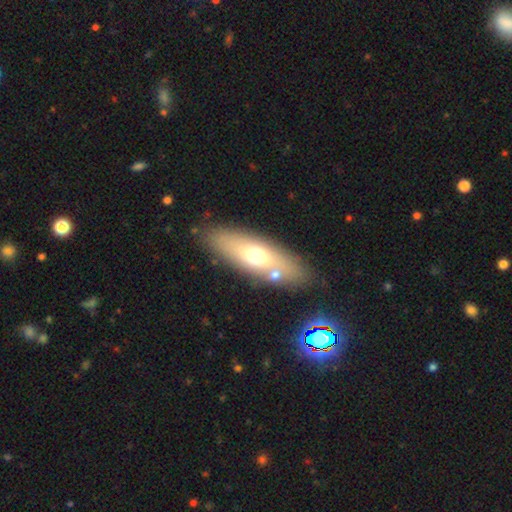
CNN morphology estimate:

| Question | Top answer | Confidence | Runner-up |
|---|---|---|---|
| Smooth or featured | smooth | 60% | featured or disk (32%) |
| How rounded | in between | 63% | cigar-shaped (33%) |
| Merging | none | 79% | minor disturbance (11%) |